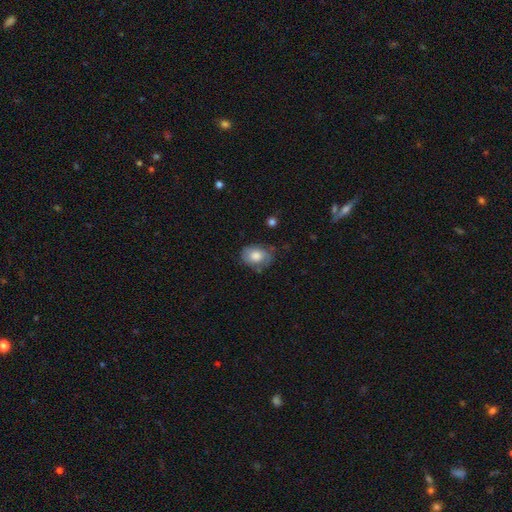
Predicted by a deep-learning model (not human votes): smooth-or-featured: smooth: 63% | featured or disk: 30% | star or artifact: 8%
  how-rounded: in between: 72% | round: 26% | cigar-shaped: 1%
  merging: none: 63% | minor disturbance: 26% | major disturbance: 8% | merger: 2%